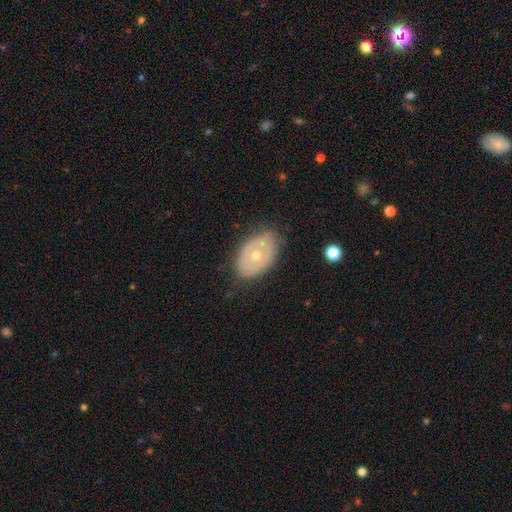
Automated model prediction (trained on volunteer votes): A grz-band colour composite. It shows a featured or disk galaxy (53%). Merging: none (75%).